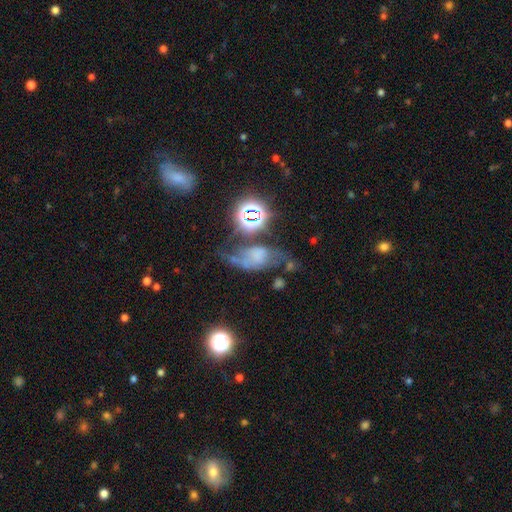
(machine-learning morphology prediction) A featured or disk galaxy (44%).

Vote fractions:
- Smooth or featured? featured or disk: 44% / smooth: 34% / star or artifact: 22%
- Merging? none: 38% / major disturbance: 26% / minor disturbance: 24% / merger: 12%